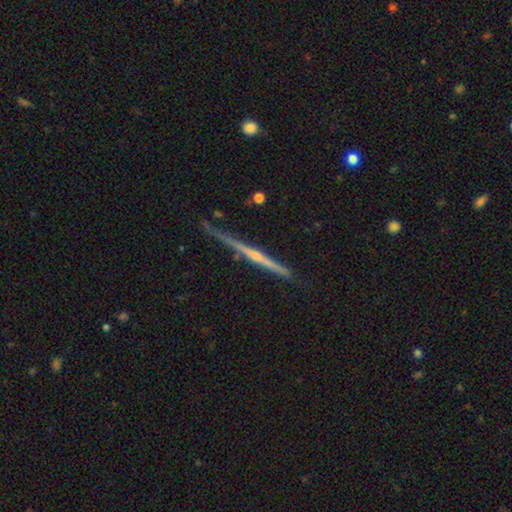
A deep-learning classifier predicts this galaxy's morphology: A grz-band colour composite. It shows a featured or disk galaxy (80%) viewed edge-on (98%) with a rounded central bulge (63%). Merging: none (85%).